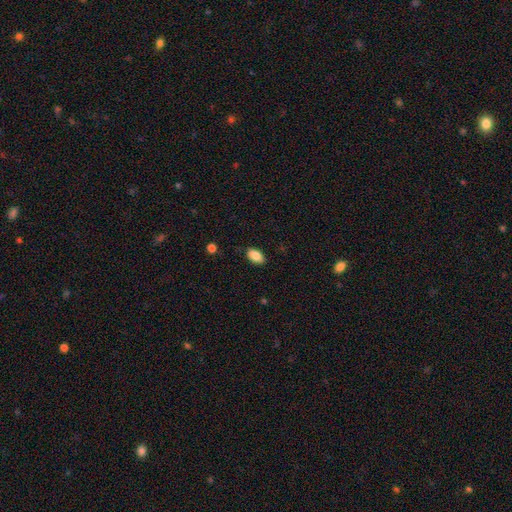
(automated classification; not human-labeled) Smooth or featured: smooth — 87% (star or artifact — 8%)
How rounded: in between — 91% (round — 7%)
Merging: none — 87% (minor disturbance — 10%)